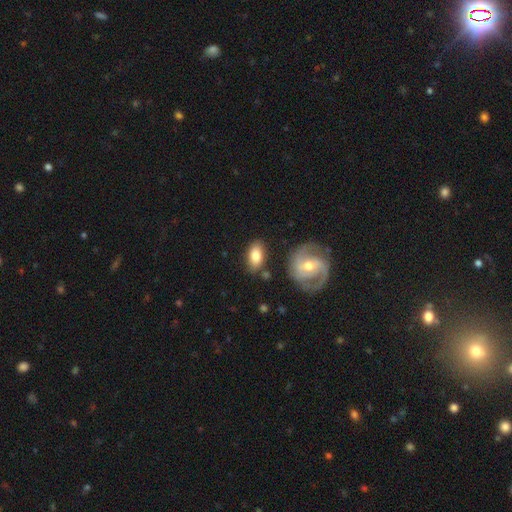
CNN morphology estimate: Q: Smooth or featured?
A: smooth (77%); runner-up: featured or disk (17%)
Q: How rounded?
A: in between (90%); runner-up: round (8%)
Q: Merging?
A: none (78%); runner-up: minor disturbance (14%)